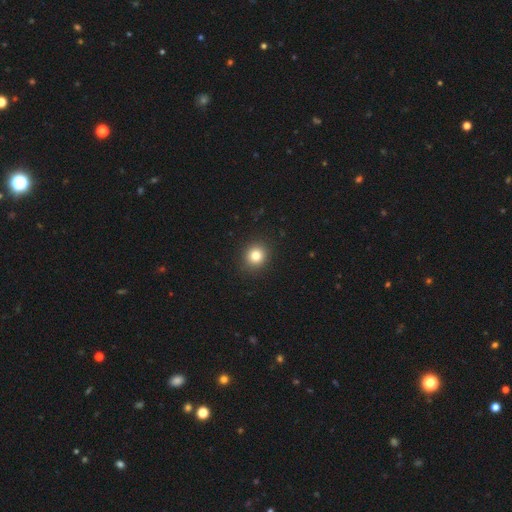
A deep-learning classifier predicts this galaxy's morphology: Smooth or featured: smooth — 82% (star or artifact — 12%)
How rounded: round — 86% (in between — 13%)
Merging: none — 91% (minor disturbance — 6%)